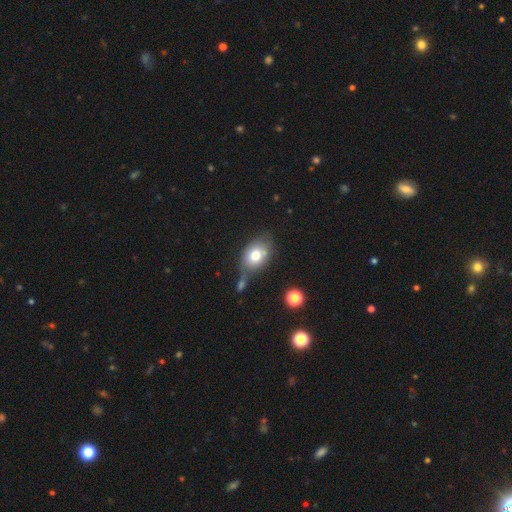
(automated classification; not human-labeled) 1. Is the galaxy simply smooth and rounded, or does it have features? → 75% smooth, 17% featured or disk, 9% star or artifact.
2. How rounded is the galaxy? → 73% in between, 25% round, 1% cigar-shaped.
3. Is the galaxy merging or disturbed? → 48% none, 22% minor disturbance, 21% merger, 9% major disturbance.